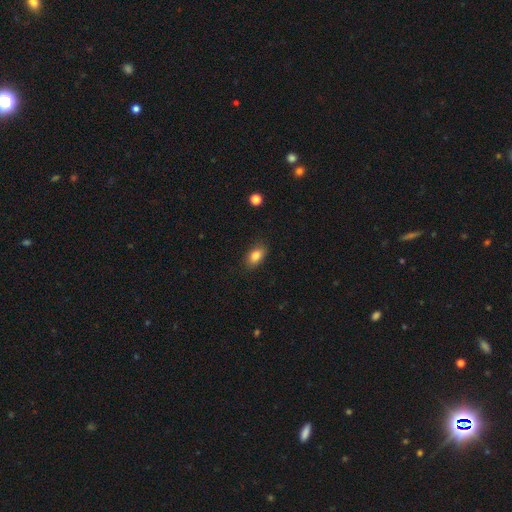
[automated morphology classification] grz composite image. It shows a smooth galaxy with no disk features (83%) that is in between round and cigar-shaped (87%). Merging: none (84%).